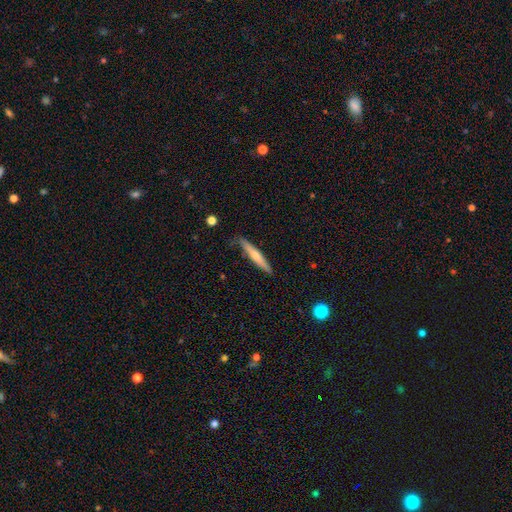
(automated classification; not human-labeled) smooth-or-featured: smooth: 54% | featured or disk: 40% | star or artifact: 5%
  how-rounded: cigar-shaped: 92% | in between: 6% | round: 1%
  merging: none: 81% | minor disturbance: 15% | major disturbance: 2% | merger: 2%